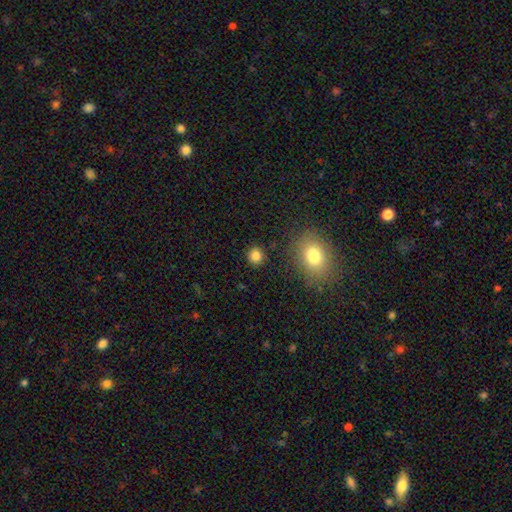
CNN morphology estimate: This is clearly a smooth galaxy (83%). How rounded: clearly round (88%). Merging: clearly none (88%).